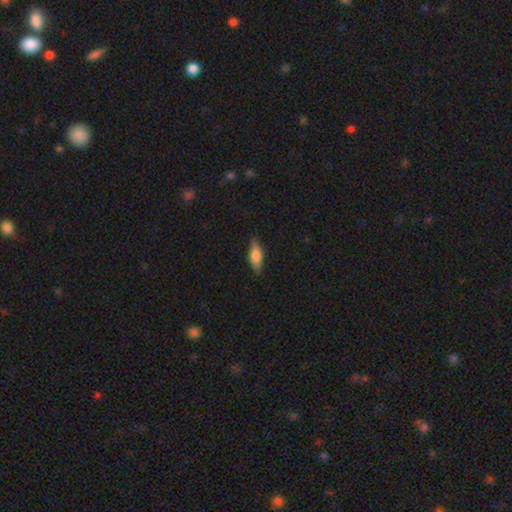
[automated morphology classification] Overall: smooth (66%; featured or disk 27%). How rounded: in between (64%; cigar-shaped 33%). Merging: none (83%).